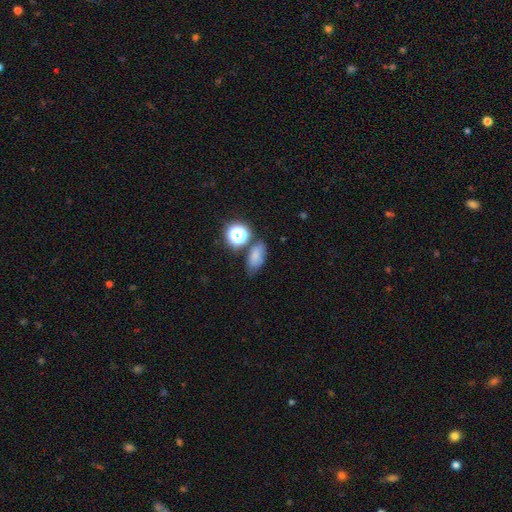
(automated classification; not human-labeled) Overall: smooth (70%). How rounded: in between (82%). Merging: none (64%).